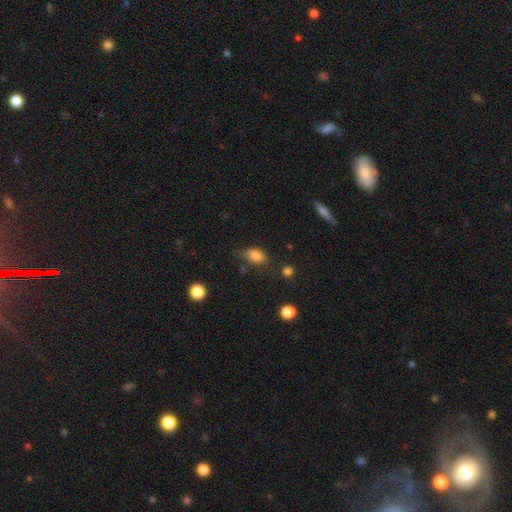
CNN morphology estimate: Overall: smooth (81%). How rounded: in between (80%). Merging: none (50%; minor disturbance 33%).